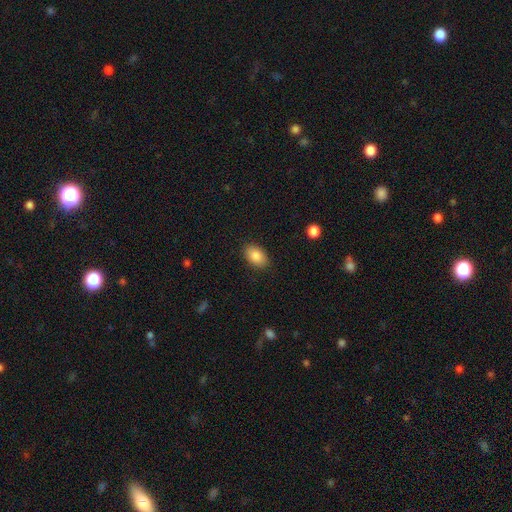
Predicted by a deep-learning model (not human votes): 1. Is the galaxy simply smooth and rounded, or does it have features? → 86% smooth, 7% star or artifact, 7% featured or disk.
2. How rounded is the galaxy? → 89% in between, 10% round, 1% cigar-shaped.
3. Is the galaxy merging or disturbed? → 87% none, 9% minor disturbance, 2% major disturbance, 1% merger.